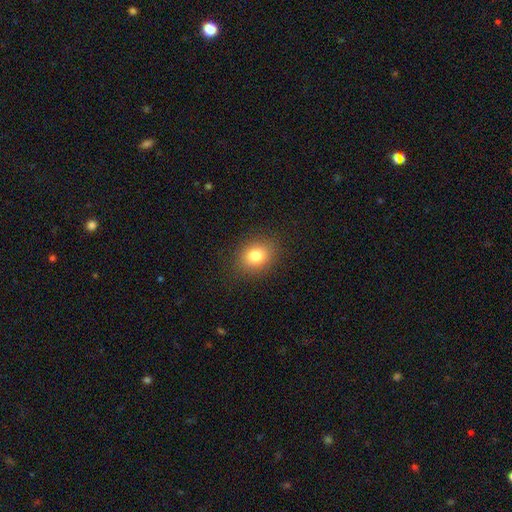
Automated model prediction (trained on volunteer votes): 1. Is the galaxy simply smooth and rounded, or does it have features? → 81% smooth, 11% star or artifact, 8% featured or disk.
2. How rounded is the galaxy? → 53% round, 46% in between, 1% cigar-shaped.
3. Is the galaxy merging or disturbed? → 87% none, 9% minor disturbance, 3% major disturbance, 1% merger.